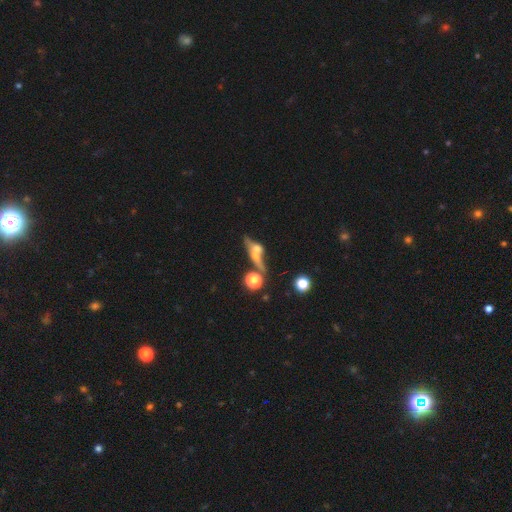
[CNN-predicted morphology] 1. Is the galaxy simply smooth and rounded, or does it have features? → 55% featured or disk, 31% smooth, 14% star or artifact.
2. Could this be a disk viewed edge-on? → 72% yes, 28% no.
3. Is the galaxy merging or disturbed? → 47% none, 31% merger, 12% minor disturbance, 9% major disturbance.